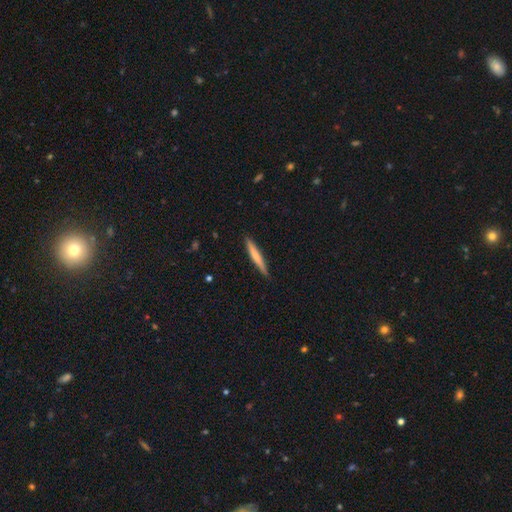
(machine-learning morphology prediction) Smooth or featured: smooth — 60% (featured or disk — 35%)
How rounded: cigar-shaped — 95% (in between — 4%)
Merging: none — 89% (minor disturbance — 9%)